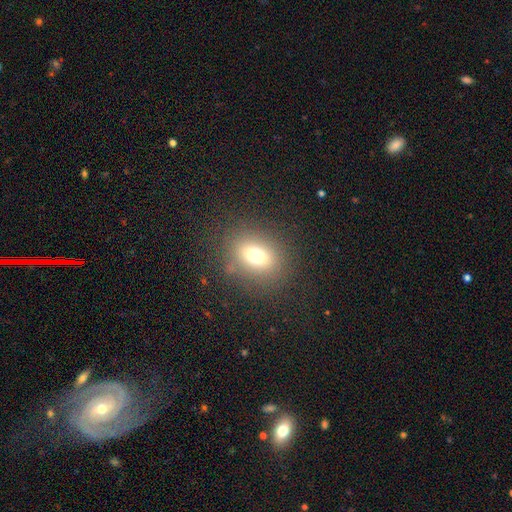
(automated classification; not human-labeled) Smooth or featured?
  - smooth: 71% *
  - star or artifact: 16%
  - featured or disk: 13%
How rounded?
  - round: 52% *
  - in between: 47%
  - cigar-shaped: 1%
Merging?
  - none: 82% *
  - minor disturbance: 10%
  - major disturbance: 6%
  - merger: 2%